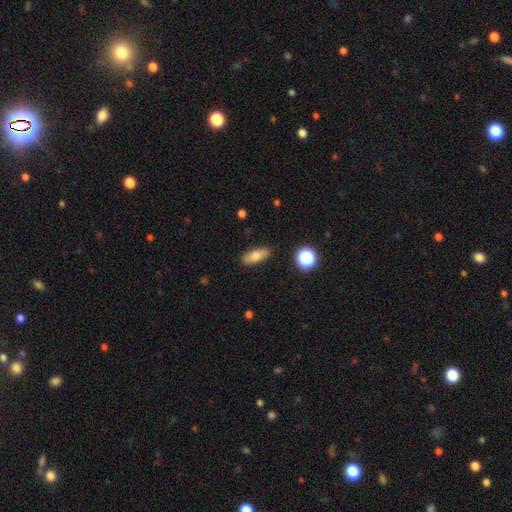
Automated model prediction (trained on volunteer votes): Smooth or featured?
  - smooth: 75% *
  - featured or disk: 17%
  - star or artifact: 9%
How rounded?
  - in between: 74% *
  - cigar-shaped: 21%
  - round: 5%
Merging?
  - none: 87% *
  - minor disturbance: 9%
  - major disturbance: 2%
  - merger: 2%